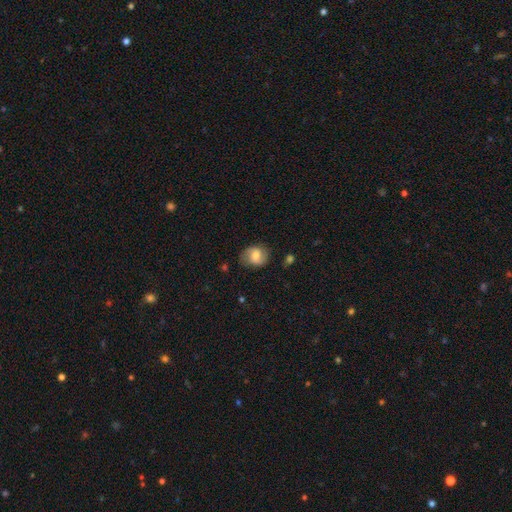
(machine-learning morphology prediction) type=smooth (55%); roundness=round (51%); merging=none (72%).